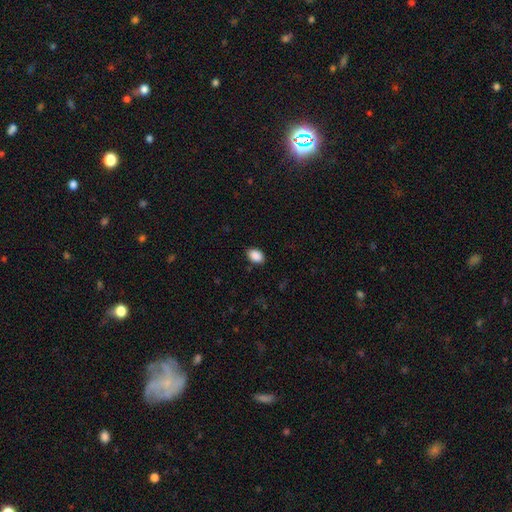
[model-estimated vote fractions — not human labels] smooth_or_featured: smooth (p=0.90) [alt: star or artifact p=0.07]
how_rounded: in between (p=0.86) [alt: round p=0.13]
merging: none (p=0.86) [alt: minor disturbance p=0.10]